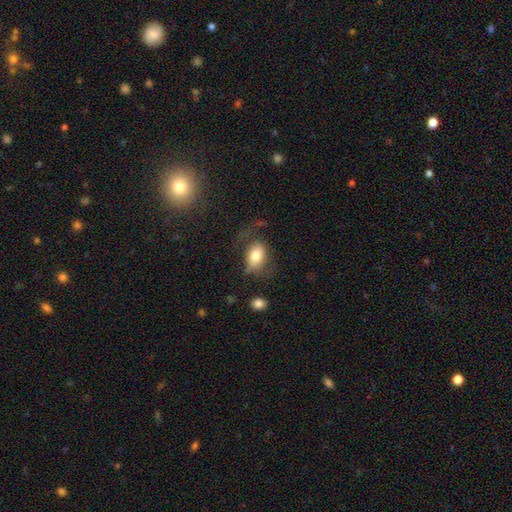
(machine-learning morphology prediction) Q: Smooth or featured?
A: smooth (75%); runner-up: featured or disk (18%)
Q: How rounded?
A: in between (81%); runner-up: round (17%)
Q: Merging?
A: none (48%); runner-up: major disturbance (25%)